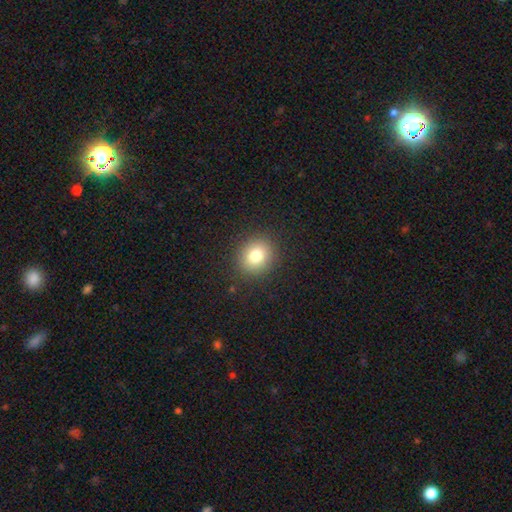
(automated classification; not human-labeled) This appears to be a smooth galaxy with no disk features (80%) that is round (80%). Merging: none (89%).